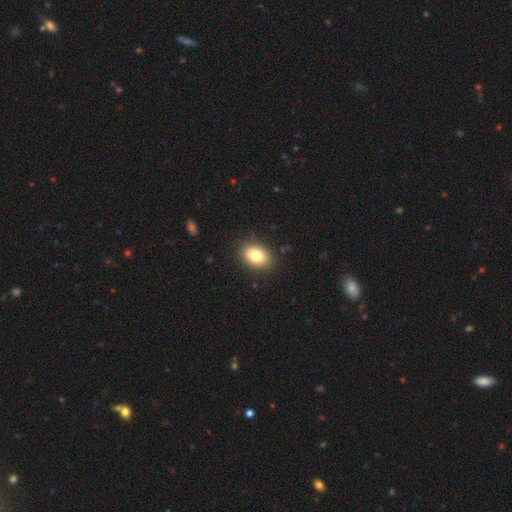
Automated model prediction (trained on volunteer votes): A smooth galaxy with no disk features (82%) that is in between round and cigar-shaped (80%). Merging: none (88%).